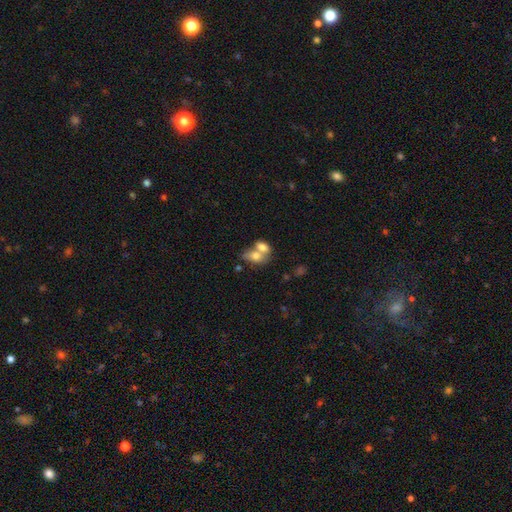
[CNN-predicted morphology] Smooth or featured? smooth (73%)
How rounded? in between (78%)
Merging? merger (68%)